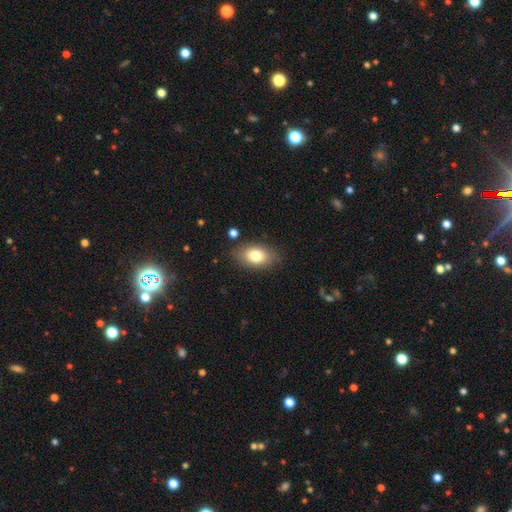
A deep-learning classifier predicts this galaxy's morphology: This appears to be a smooth galaxy with no disk features (78%) that is in between round and cigar-shaped (88%). Merging: none (82%).